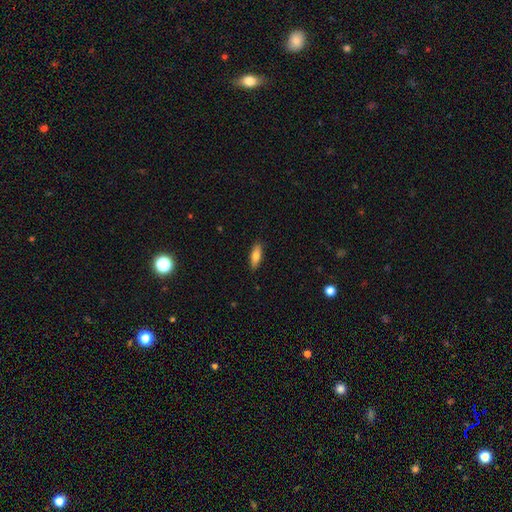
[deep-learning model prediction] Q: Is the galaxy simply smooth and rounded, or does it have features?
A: smooth — 76%.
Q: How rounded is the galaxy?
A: in between — 60%.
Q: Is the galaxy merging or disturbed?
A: none — 89%.